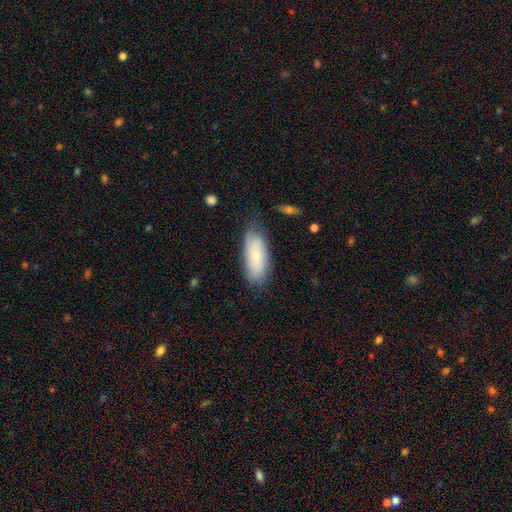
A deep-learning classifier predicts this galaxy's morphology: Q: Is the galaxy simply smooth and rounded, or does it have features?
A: smooth — 65%.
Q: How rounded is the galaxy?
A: in between — 82%.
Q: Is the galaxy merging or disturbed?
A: none — 70%.